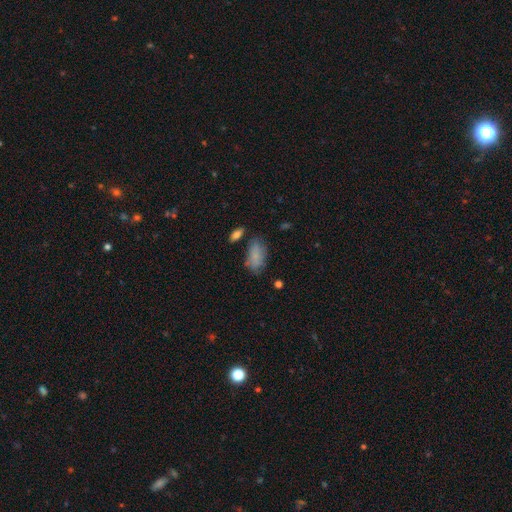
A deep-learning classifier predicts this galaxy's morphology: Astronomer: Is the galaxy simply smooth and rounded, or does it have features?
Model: smooth — 79%.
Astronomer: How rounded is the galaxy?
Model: in between — 92%.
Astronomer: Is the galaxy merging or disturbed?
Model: none — 62%.